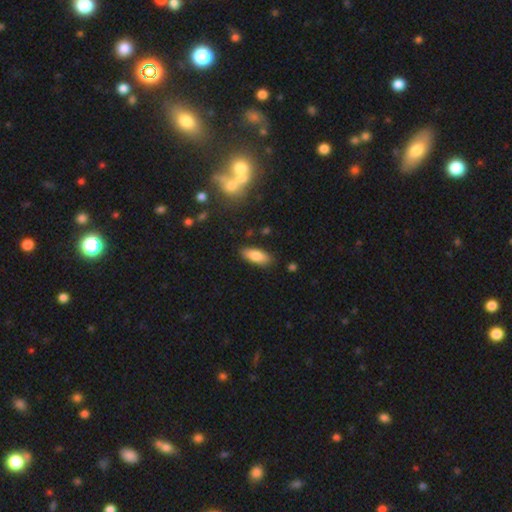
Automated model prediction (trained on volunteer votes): smooth 82%, featured or disk 10%, star or artifact 7%. Down the decision tree: how rounded — in between (79%); merging — none (87%).